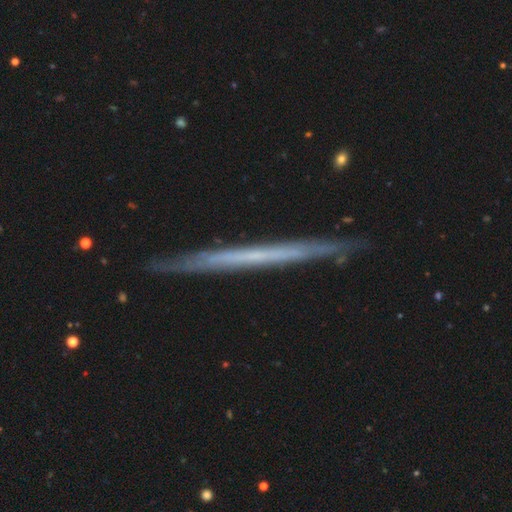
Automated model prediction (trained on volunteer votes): Smooth or featured? featured or disk (64%)
Edge-on disk? yes (96%)
Edge-on bulge? none (93%)
Merging? none (88%)